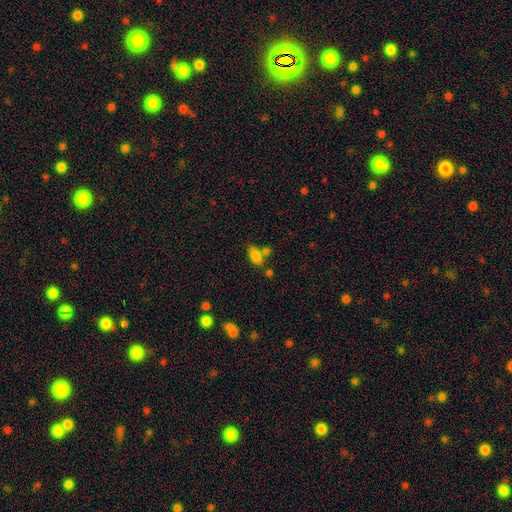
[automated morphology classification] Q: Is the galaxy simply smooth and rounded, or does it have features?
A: smooth — 80%.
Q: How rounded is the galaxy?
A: in between — 86%.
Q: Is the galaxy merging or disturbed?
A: none — 54%.